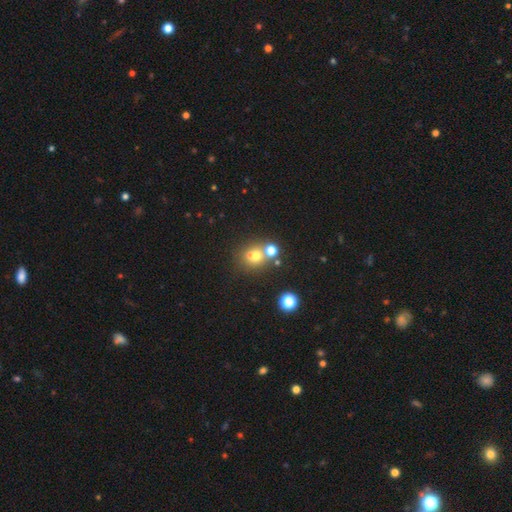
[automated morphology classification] smooth-or-featured: smooth: 67% | star or artifact: 19% | featured or disk: 14%
  how-rounded: round: 78% | in between: 21% | cigar-shaped: 1%
  merging: none: 49% | merger: 39% | minor disturbance: 9% | major disturbance: 4%